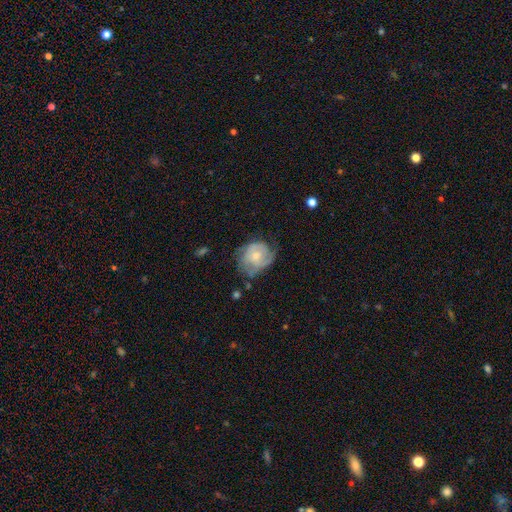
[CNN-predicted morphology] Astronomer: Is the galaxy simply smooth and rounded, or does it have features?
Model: featured or disk — 56% (runner-up: smooth, 37%).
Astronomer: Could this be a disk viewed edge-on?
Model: no — 97%.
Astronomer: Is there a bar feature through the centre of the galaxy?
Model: no — 77%.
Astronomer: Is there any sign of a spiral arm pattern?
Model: yes — 71%.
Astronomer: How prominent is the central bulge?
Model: moderate — 47% (runner-up: small, 44%).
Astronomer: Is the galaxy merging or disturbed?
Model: none — 48% (runner-up: minor disturbance, 31%).